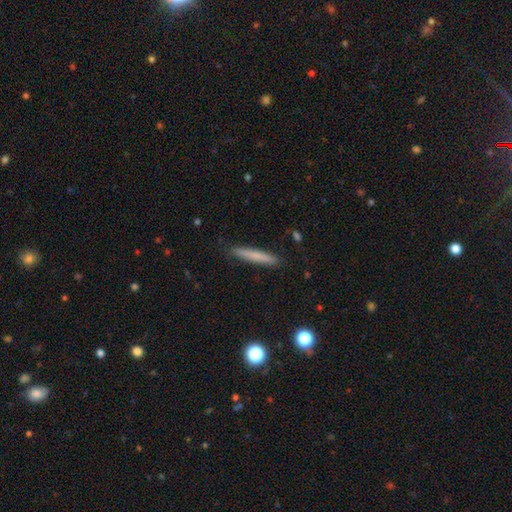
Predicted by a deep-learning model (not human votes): Smooth or featured: smooth — 73% (featured or disk — 21%)
How rounded: cigar-shaped — 95% (in between — 3%)
Merging: none — 89% (minor disturbance — 8%)